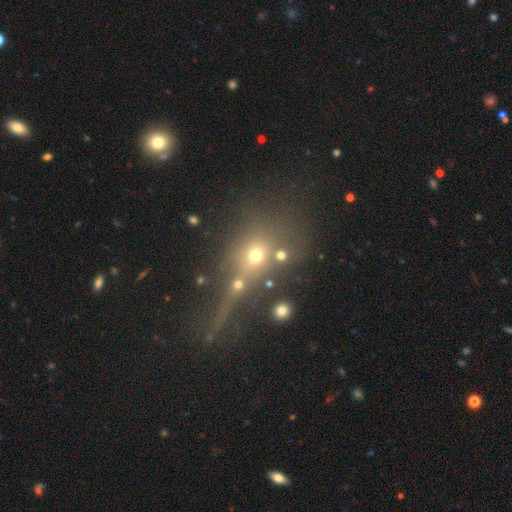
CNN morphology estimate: Smooth or featured: smooth — 49% (star or artifact — 27%)
Merging: none — 41% (merger — 34%)